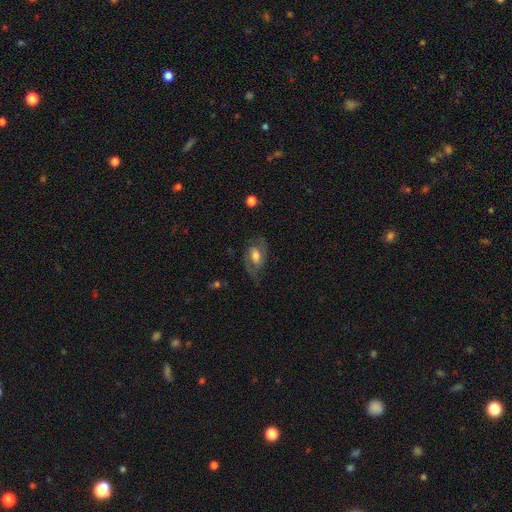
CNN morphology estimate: The model was most divided on "bar": no: 43%, weak: 41%, strong: 16%. More confident: edge-on disk — no (93%); spiral arms — yes (79%); merging — none (63%); smooth or featured — featured or disk (59%); bulge size — moderate (52%).